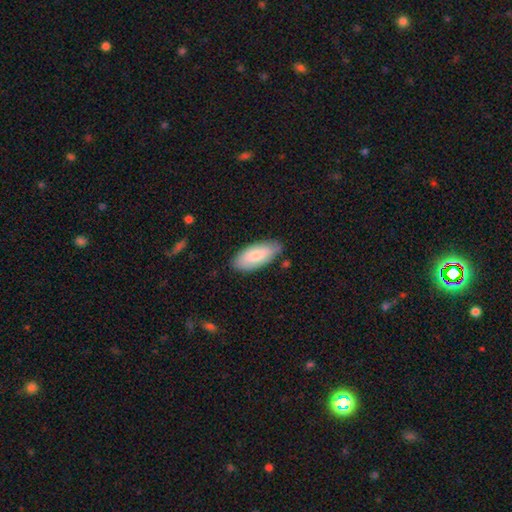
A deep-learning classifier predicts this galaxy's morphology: Q: Smooth or featured?
A: smooth (79%); runner-up: featured or disk (15%)
Q: How rounded?
A: in between (88%); runner-up: cigar-shaped (11%)
Q: Merging?
A: none (79%); runner-up: minor disturbance (16%)